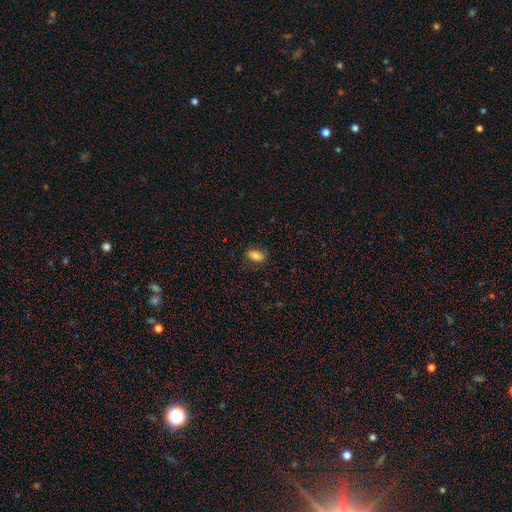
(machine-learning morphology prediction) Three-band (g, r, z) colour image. It shows a smooth galaxy with no disk features (84%) that is in between round and cigar-shaped (89%). Merging: none (81%).